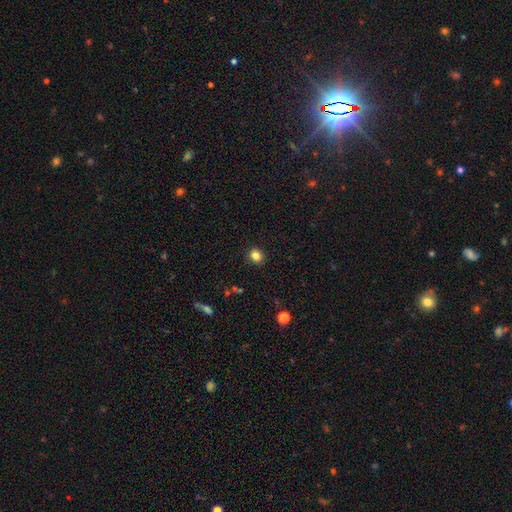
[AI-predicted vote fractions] smooth 83%, star or artifact 12%, featured or disk 5%. Down the decision tree: how rounded — round (76%); merging — none (90%).